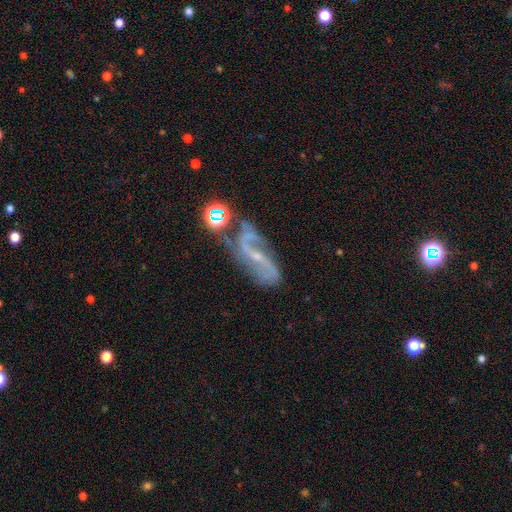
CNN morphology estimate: Smooth or featured? featured or disk (84%)
Edge-on disk? no (93%)
Bar? weak (39%)
Spiral arms? yes (95%)
Spiral winding? loose (53%)
Spiral arm count? 2 (88%)
Bulge size? small (76%)
Merging? none (55%)